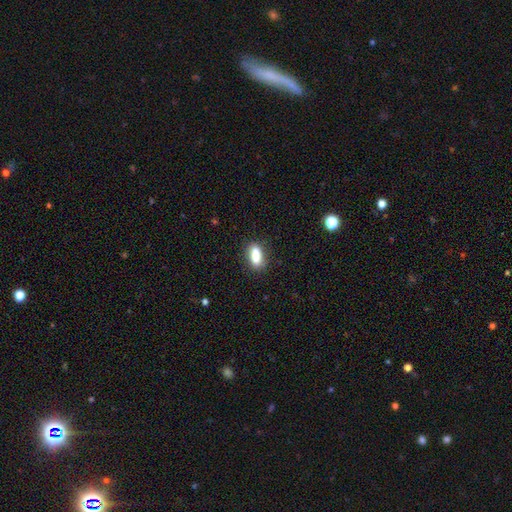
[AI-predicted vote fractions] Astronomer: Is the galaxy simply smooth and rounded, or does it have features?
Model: smooth — 82%.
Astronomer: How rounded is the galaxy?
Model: in between — 74%.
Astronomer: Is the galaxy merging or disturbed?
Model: none — 78%.